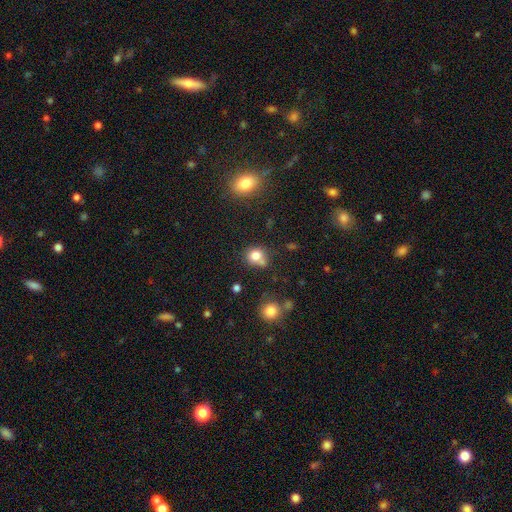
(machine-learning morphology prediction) type=smooth (79%); roundness=round (72%); merging=none (54%).